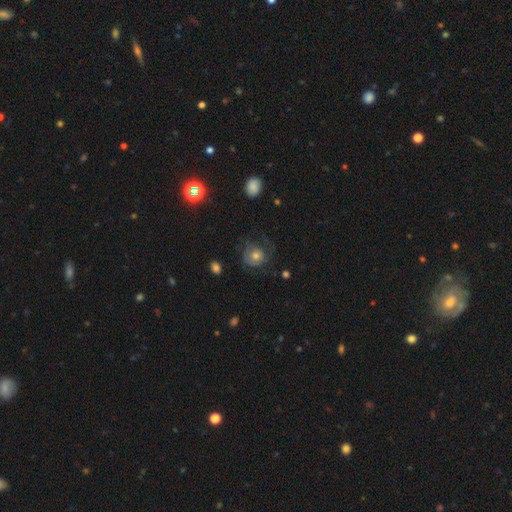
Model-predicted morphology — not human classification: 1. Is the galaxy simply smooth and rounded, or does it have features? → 44% smooth, 43% featured or disk, 13% star or artifact.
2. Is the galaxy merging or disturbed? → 56% none, 23% major disturbance, 20% minor disturbance, 2% merger.